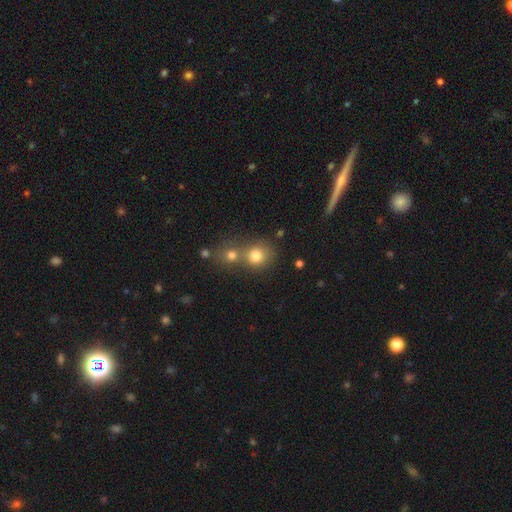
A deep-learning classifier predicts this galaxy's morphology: The model was most divided on "merging": merger: 48%, none: 41%, minor disturbance: 8%, major disturbance: 4%. More confident: how rounded — round (79%); smooth or featured — smooth (78%).